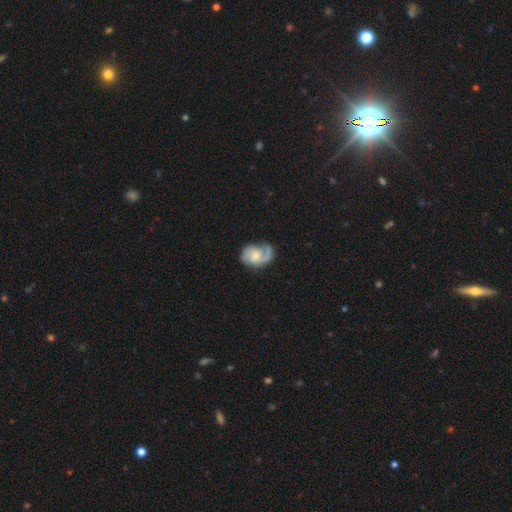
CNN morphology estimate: This is likely a featured or disk galaxy (75%). It is clearly not viewed edge-on (98%). Bar: possibly no (54%). Spiral arm pattern: clearly yes (93%). Spiral arm count: likely 2 (69%). Spiral winding: possibly medium (47%). Central bulge: marginally moderate (39%). Merging: possibly none (54%).